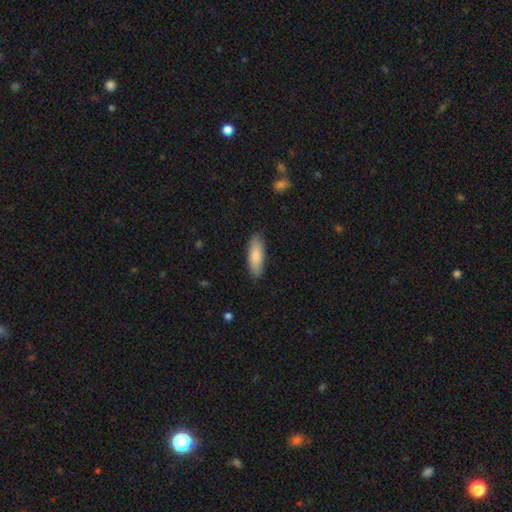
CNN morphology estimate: Overall: smooth (82%). How rounded: in between (63%; cigar-shaped 35%). Merging: none (86%).